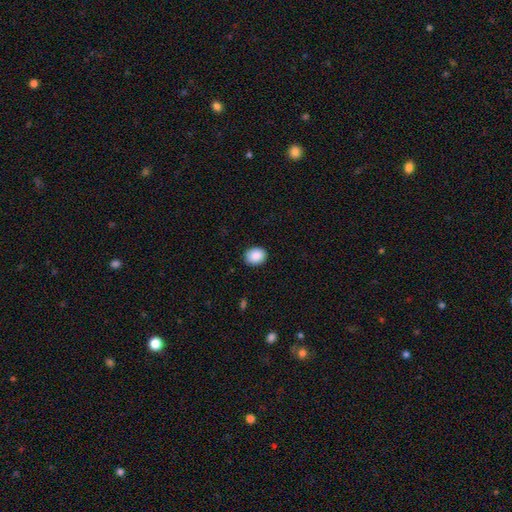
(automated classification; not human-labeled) A smooth galaxy with no disk features (90%) that is round (54%).

Vote fractions:
- Smooth or featured? smooth: 90% / star or artifact: 7% / featured or disk: 3%
- How rounded? round: 54% / in between: 45% / cigar-shaped: 1%
- Merging? none: 90% / minor disturbance: 7% / major disturbance: 2% / merger: 1%